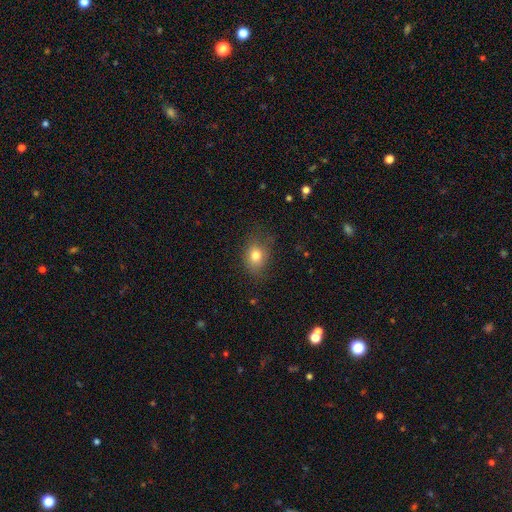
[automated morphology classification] Overall: smooth (78%). How rounded: in between (51%; round 47%). Merging: none (73%).